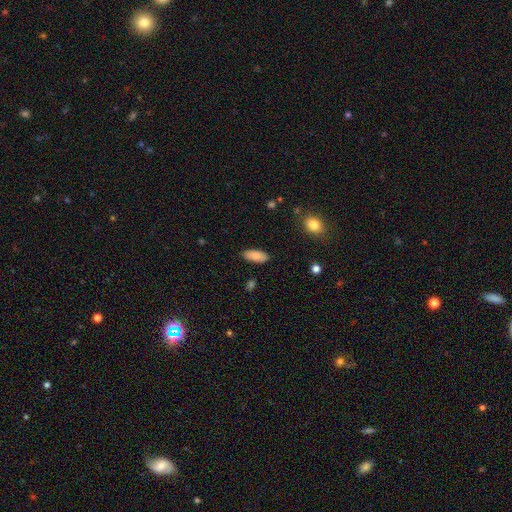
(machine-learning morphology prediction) This is clearly a smooth galaxy (83%). How rounded: clearly in between (85%). Merging: clearly none (87%).